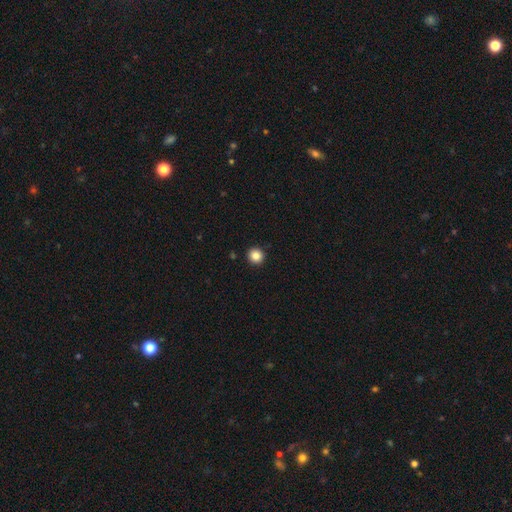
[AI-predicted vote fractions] Smooth or featured?
  - smooth: 85% *
  - star or artifact: 10%
  - featured or disk: 4%
How rounded?
  - round: 94% *
  - in between: 5%
  - cigar-shaped: 1%
Merging?
  - none: 93% *
  - minor disturbance: 4%
  - major disturbance: 1%
  - merger: 1%